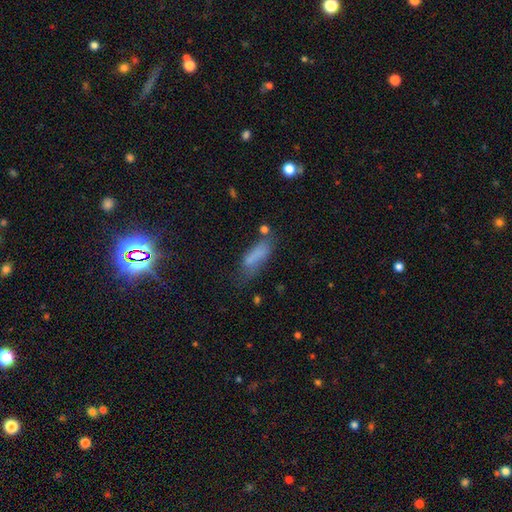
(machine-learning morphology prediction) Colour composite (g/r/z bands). It shows a smooth galaxy with no disk features (72%) that is in between round and cigar-shaped (56%). Merging: none (49%).